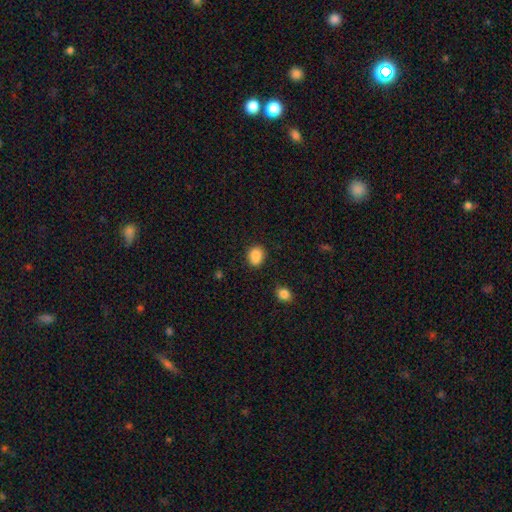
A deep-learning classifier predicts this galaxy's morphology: A smooth galaxy with no disk features (85%) that is round (57%). Merging: none (74%).